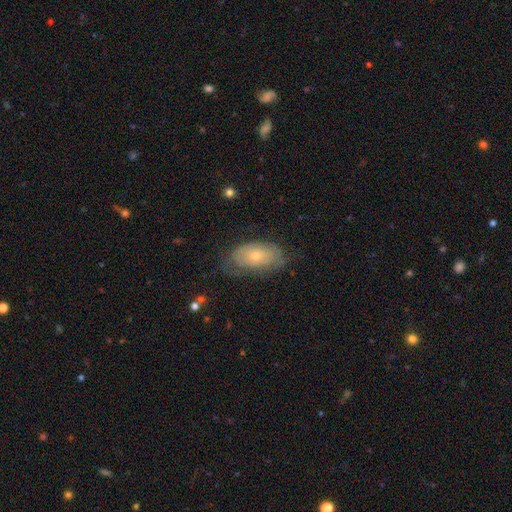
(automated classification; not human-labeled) This appears to be a smooth galaxy with no disk features (53%) that is in between round and cigar-shaped (91%). Merging: none (57%).